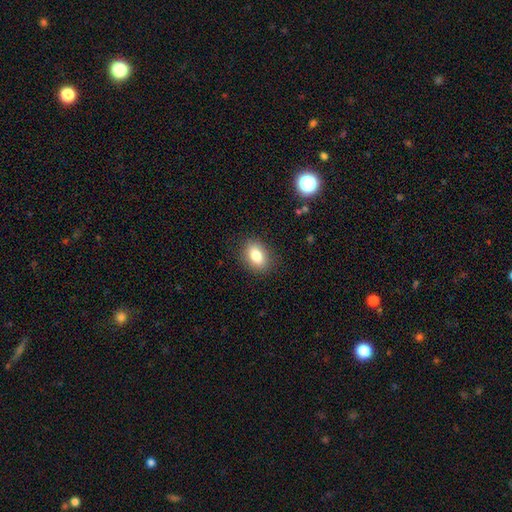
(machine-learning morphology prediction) type=smooth (80%); roundness=in between (79%); merging=none (87%).